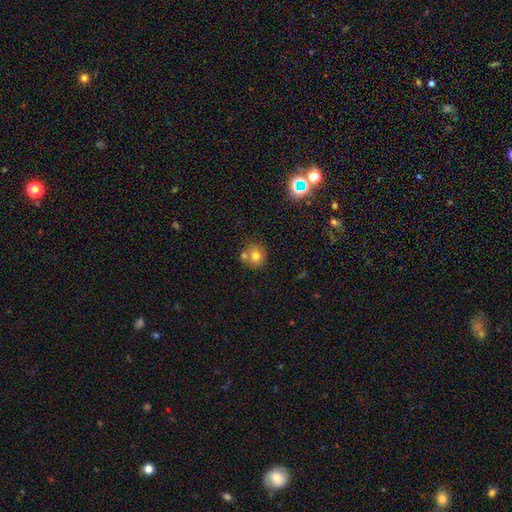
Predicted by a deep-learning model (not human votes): This is likely a smooth galaxy (74%). How rounded: clearly round (84%). Merging: likely none (60%).